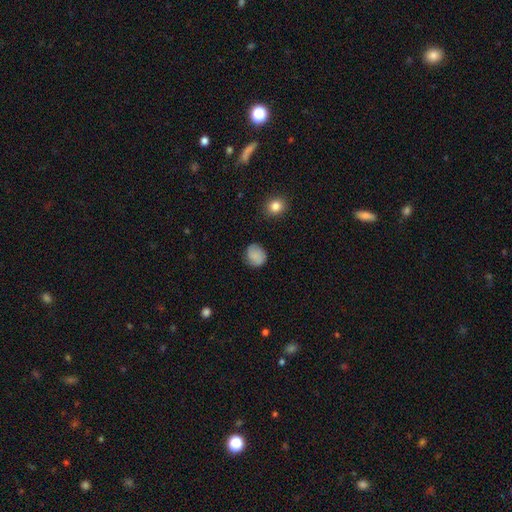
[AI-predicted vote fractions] The model was most divided on "how rounded": round: 76%, in between: 23%, cigar-shaped: 1%. More confident: merging — none (79%); smooth or featured — smooth (73%).